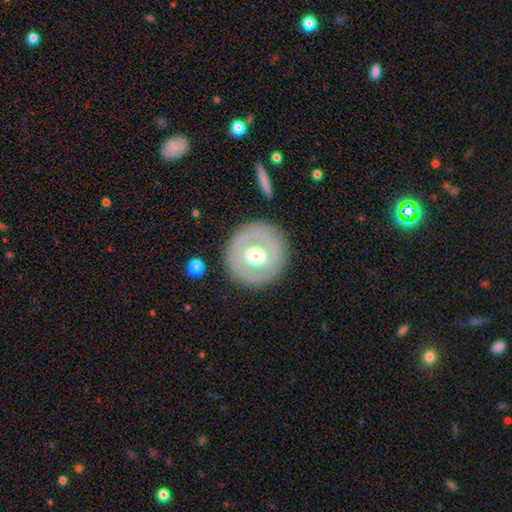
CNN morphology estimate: The model was most divided on "smooth or featured": featured or disk: 54%, smooth: 40%, star or artifact: 6%. More confident: edge-on disk — no (95%); merging — none (84%); spiral arms — no (82%); bar — no (74%); bulge size — moderate (67%).